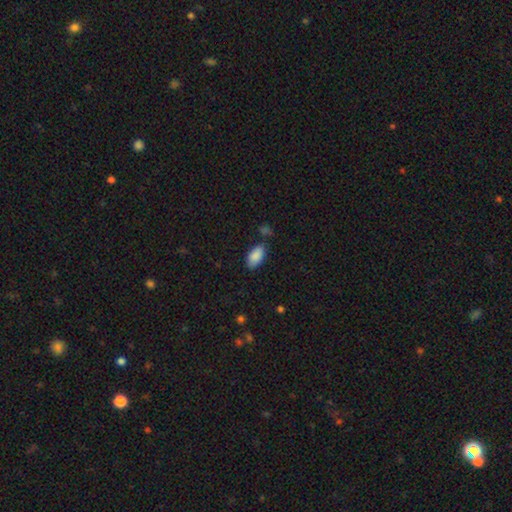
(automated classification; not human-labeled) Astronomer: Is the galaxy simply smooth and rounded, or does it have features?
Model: smooth — 88%.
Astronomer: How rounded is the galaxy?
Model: in between — 94%.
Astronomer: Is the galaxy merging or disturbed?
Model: none — 76%.